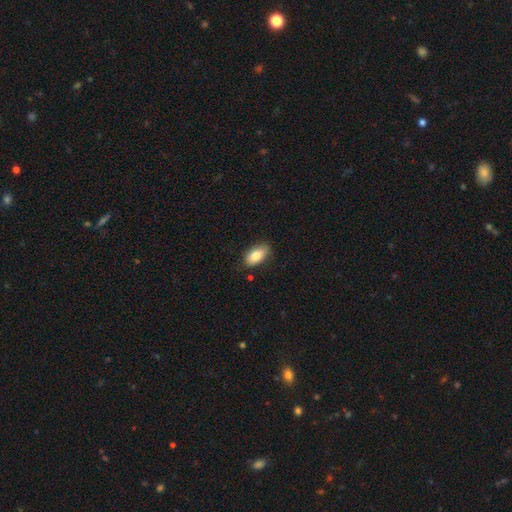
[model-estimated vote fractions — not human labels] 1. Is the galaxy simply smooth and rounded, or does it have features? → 83% smooth, 10% featured or disk, 7% star or artifact.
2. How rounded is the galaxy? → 91% in between, 5% cigar-shaped, 4% round.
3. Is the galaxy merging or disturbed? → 80% none, 16% minor disturbance, 3% major disturbance, 2% merger.